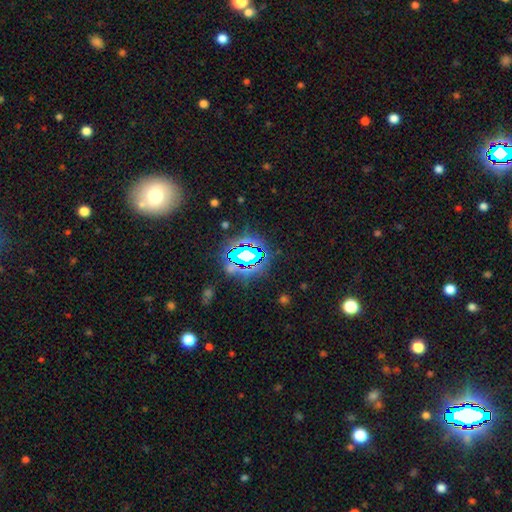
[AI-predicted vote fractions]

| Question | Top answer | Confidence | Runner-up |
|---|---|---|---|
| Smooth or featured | star or artifact | 73% | smooth (17%) |